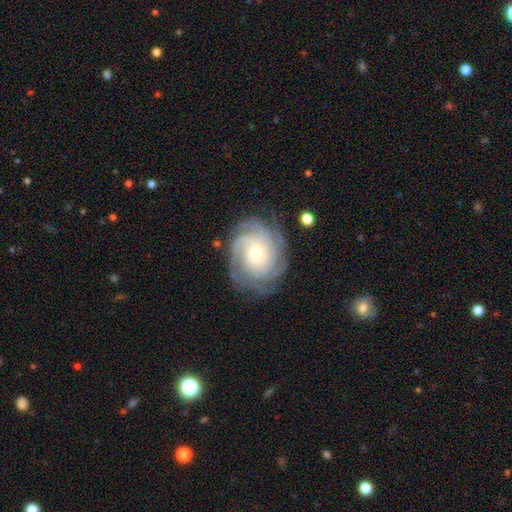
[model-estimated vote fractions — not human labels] This is clearly a featured or disk galaxy (83%). It is clearly not viewed edge-on (97%). Bar: likely no (75%). Spiral arm pattern: clearly yes (97%). Spiral arm count: marginally can't tell (26%). Spiral winding: likely tight (71%). Central bulge: possibly moderate (49%). Merging: likely none (80%).